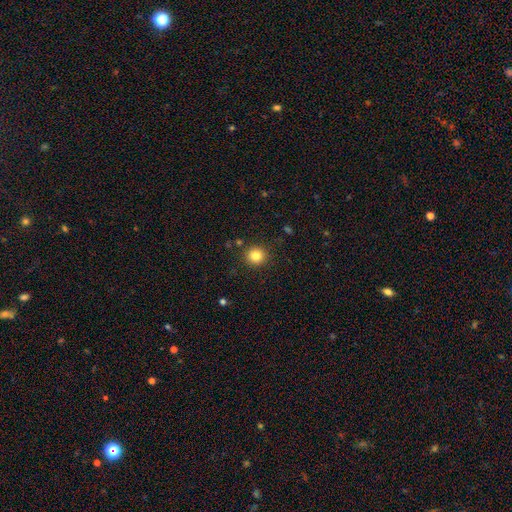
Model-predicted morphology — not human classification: Smooth or featured? smooth (83%)
How rounded? round (92%)
Merging? none (90%)